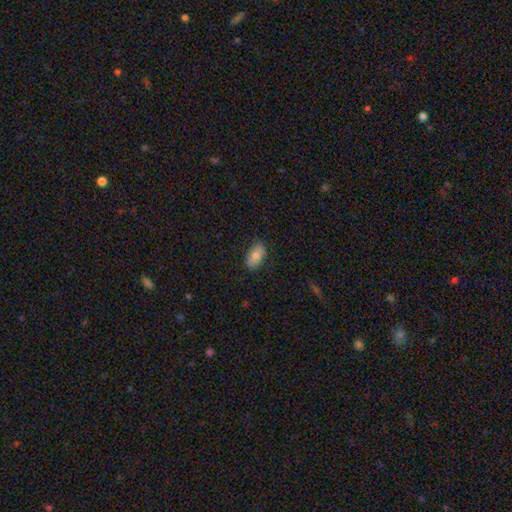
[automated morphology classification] Overall: smooth (76%). How rounded: in between (92%). Merging: none (85%).